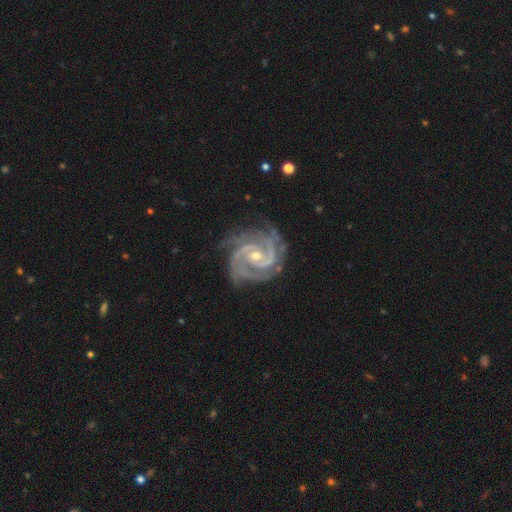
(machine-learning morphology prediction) This appears to be a featured or disk galaxy (94%) with no bar (51%), 2 (36%) tight (64%) spiral arms (99%) and a small central bulge (59%). Merging: none (74%).